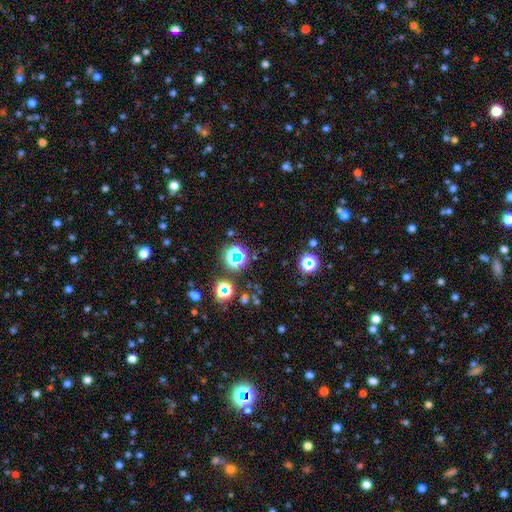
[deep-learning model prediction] Morphology: type=star or artifact (64%).